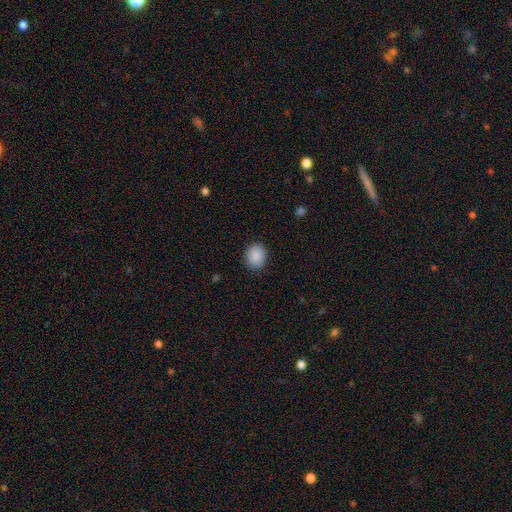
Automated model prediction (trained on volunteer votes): Smooth or featured?
  - smooth: 89% *
  - star or artifact: 8%
  - featured or disk: 3%
How rounded?
  - round: 74% *
  - in between: 25%
  - cigar-shaped: 1%
Merging?
  - none: 88% *
  - minor disturbance: 8%
  - major disturbance: 2%
  - merger: 1%